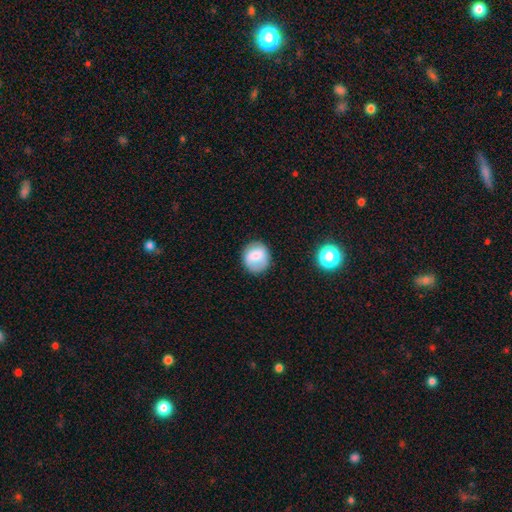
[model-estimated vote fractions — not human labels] Smooth or featured?
  - smooth: 75% *
  - featured or disk: 17%
  - star or artifact: 8%
How rounded?
  - round: 80% *
  - in between: 19%
  - cigar-shaped: 1%
Merging?
  - none: 81% *
  - minor disturbance: 13%
  - major disturbance: 4%
  - merger: 1%